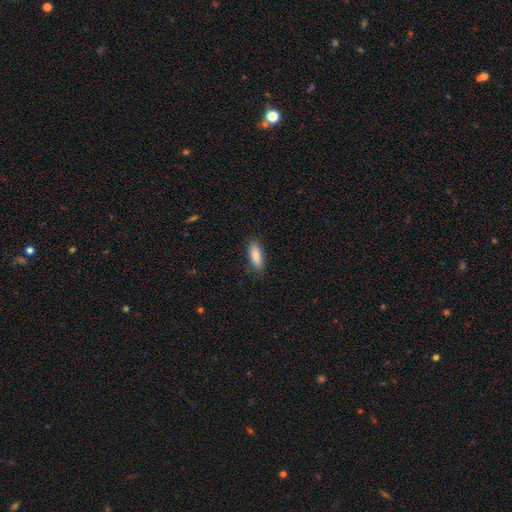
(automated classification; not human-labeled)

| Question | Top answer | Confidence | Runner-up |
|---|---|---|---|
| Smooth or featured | smooth | 85% | featured or disk (9%) |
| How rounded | in between | 66% | cigar-shaped (32%) |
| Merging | none | 82% | minor disturbance (14%) |